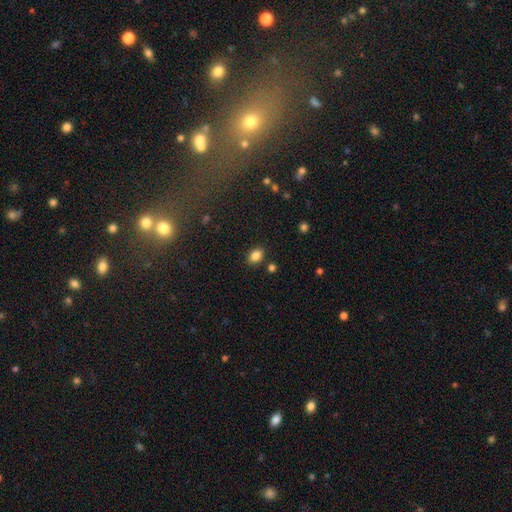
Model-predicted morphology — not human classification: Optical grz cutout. It shows a smooth galaxy with no disk features (84%) that is in between round and cigar-shaped (74%). Merging: none (85%).